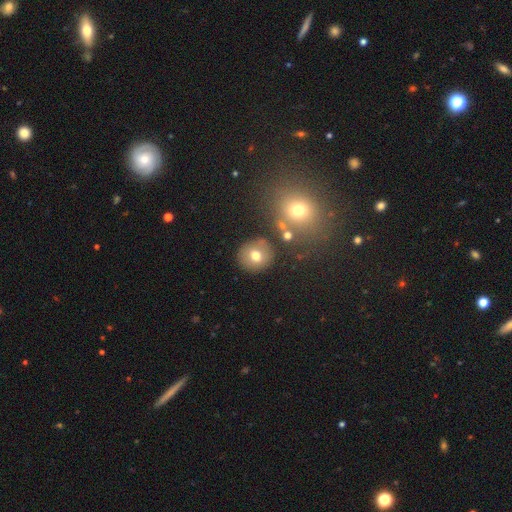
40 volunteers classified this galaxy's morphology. Smooth or featured? smooth (80%)
How rounded? round (97%)
Merging? none (79%)